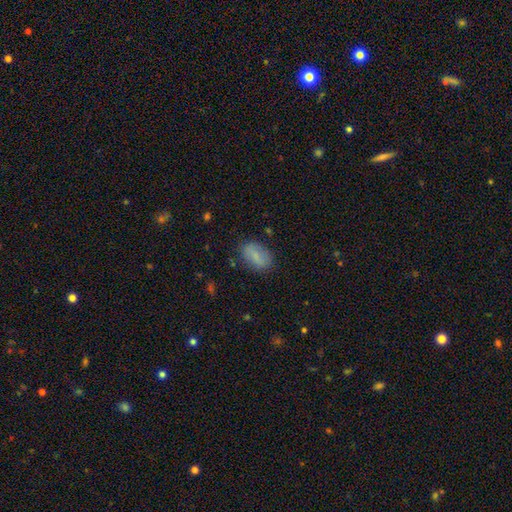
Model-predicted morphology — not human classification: type=smooth (78%); roundness=in between (89%); merging=none (79%).